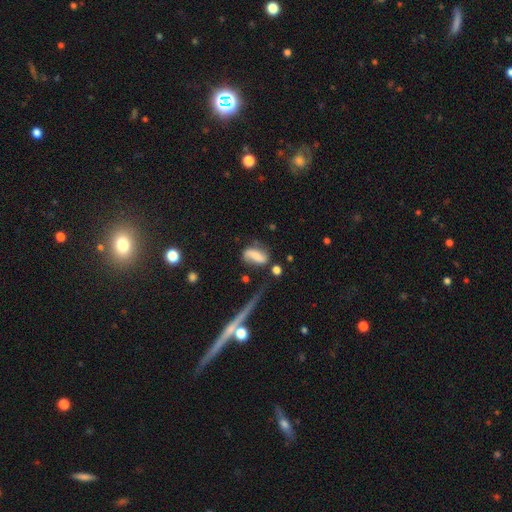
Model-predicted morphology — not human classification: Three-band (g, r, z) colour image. It shows a smooth galaxy with no disk features (57%) that is in between round and cigar-shaped (78%). Merging: none (47%).